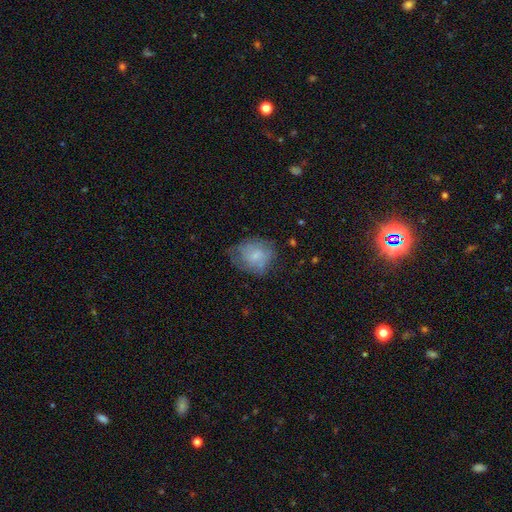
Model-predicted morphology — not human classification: Smooth or featured? Predicted: smooth (p=0.61). How rounded? Predicted: round (p=0.55). Merging? Predicted: none (p=0.51).